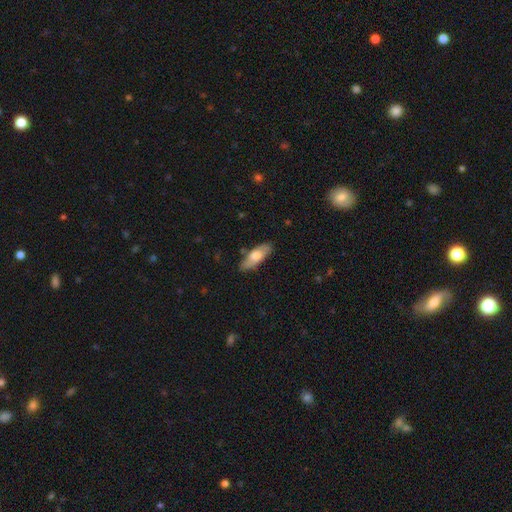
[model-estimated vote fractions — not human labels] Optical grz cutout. It shows a smooth galaxy with no disk features (67%) that is in between round and cigar-shaped (68%). Merging: none (79%).